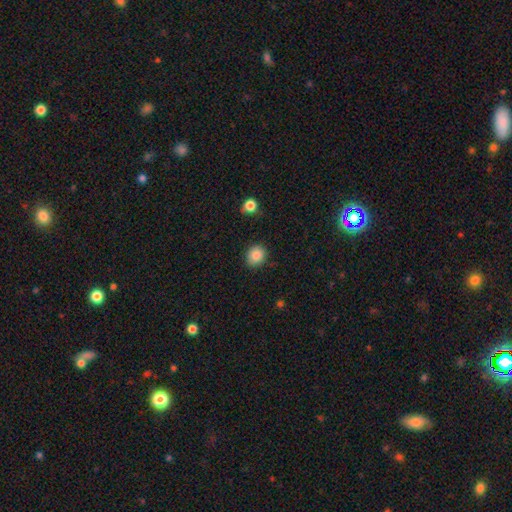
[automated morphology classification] This appears to be a smooth galaxy with no disk features (86%) that is round (75%). Merging: none (84%).